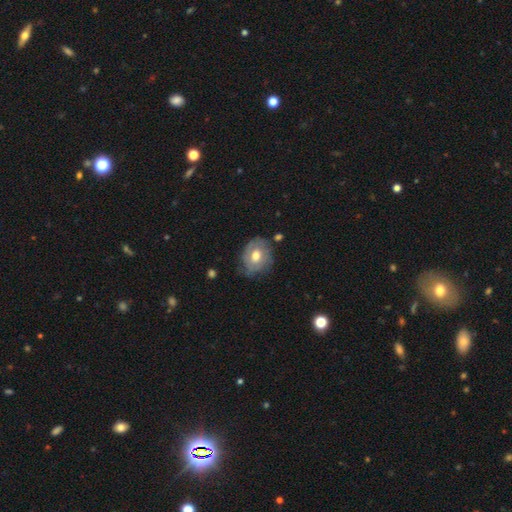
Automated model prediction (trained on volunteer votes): The model was most divided on "smooth or featured": featured or disk: 51%, smooth: 43%, star or artifact: 7%. More confident: edge-on disk — no (95%); merging — none (62%).